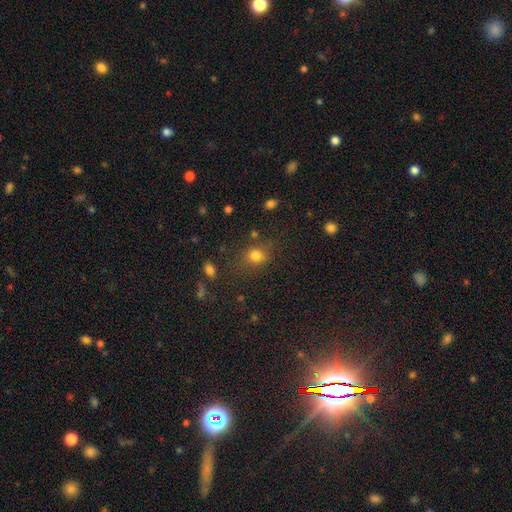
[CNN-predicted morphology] smooth-or-featured: smooth: 78% | star or artifact: 14% | featured or disk: 8%
  how-rounded: round: 64% | in between: 35% | cigar-shaped: 1%
  merging: none: 72% | minor disturbance: 16% | major disturbance: 7% | merger: 6%